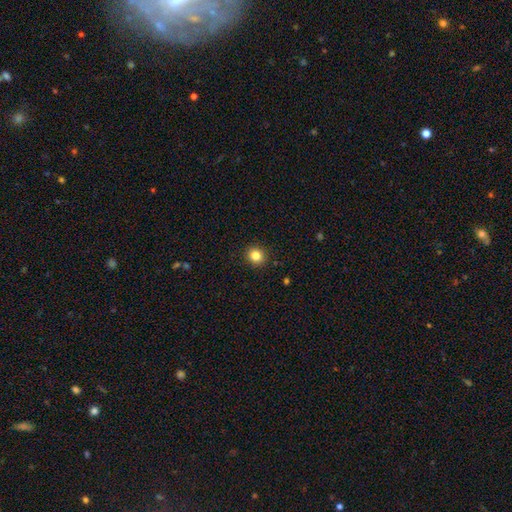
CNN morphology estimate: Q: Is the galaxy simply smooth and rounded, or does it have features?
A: smooth — 83%.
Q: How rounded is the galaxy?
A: round — 87%.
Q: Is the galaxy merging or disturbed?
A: none — 92%.